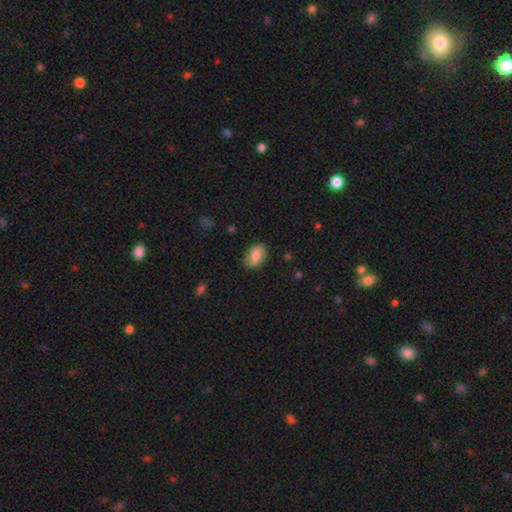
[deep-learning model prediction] smooth-or-featured: smooth: 80% | featured or disk: 13% | star or artifact: 7%
  how-rounded: in between: 89% | round: 9% | cigar-shaped: 2%
  merging: none: 79% | minor disturbance: 16% | major disturbance: 4% | merger: 1%